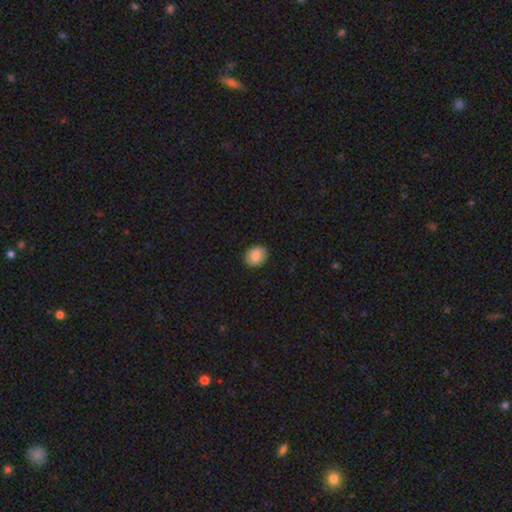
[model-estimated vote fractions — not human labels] Morphology: type=smooth (84%); roundness=in between (57%); merging=none (89%).